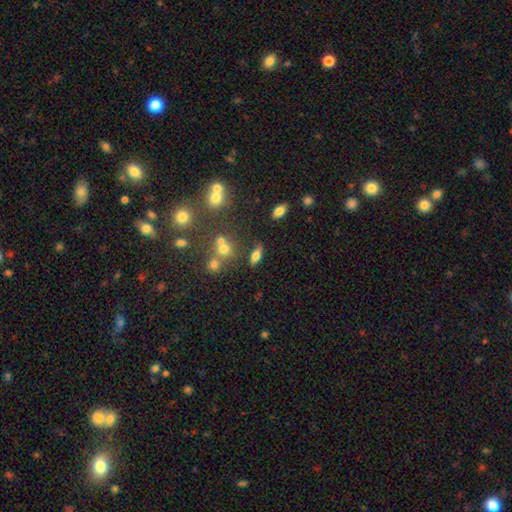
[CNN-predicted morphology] Smooth or featured: smooth — 66% (featured or disk — 22%)
How rounded: in between — 75% (cigar-shaped — 18%)
Merging: none — 71% (minor disturbance — 15%)